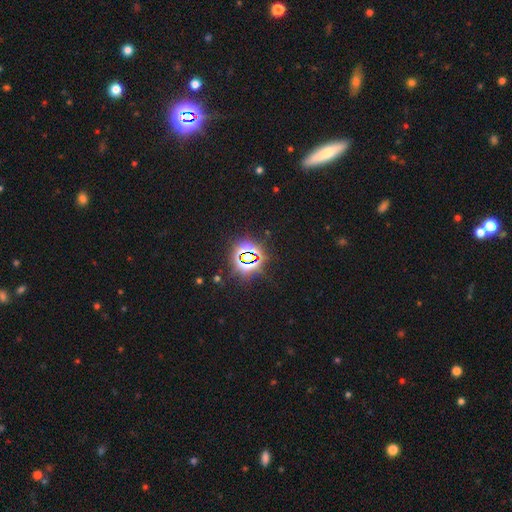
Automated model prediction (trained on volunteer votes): Smooth or featured? Predicted: star or artifact (p=0.79).